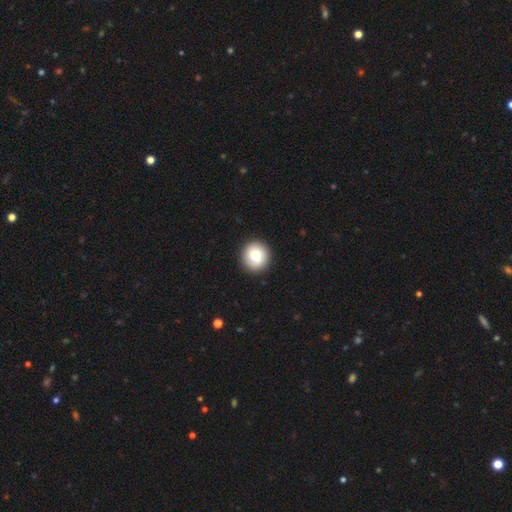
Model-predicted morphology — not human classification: The model was most divided on "smooth or featured": smooth: 81%, featured or disk: 11%, star or artifact: 8%. More confident: how rounded — round (92%); merging — none (91%).